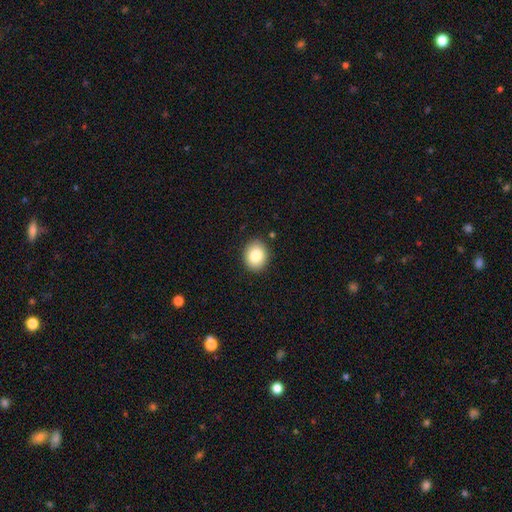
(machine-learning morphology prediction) A smooth galaxy with no disk features (85%) that is round (59%).

Vote fractions:
- Smooth or featured? smooth: 85% / star or artifact: 8% / featured or disk: 7%
- How rounded? round: 59% / in between: 40% / cigar-shaped: 1%
- Merging? none: 89% / minor disturbance: 8% / major disturbance: 2% / merger: 1%